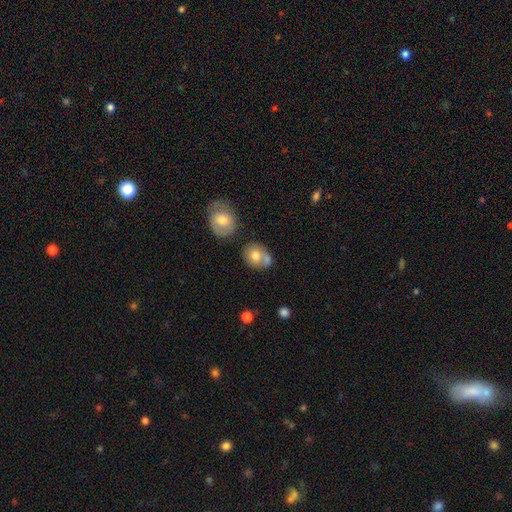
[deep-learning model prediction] smooth 73%, featured or disk 19%, star or artifact 8%. Down the decision tree: how rounded — round (63%); merging — none (46%).